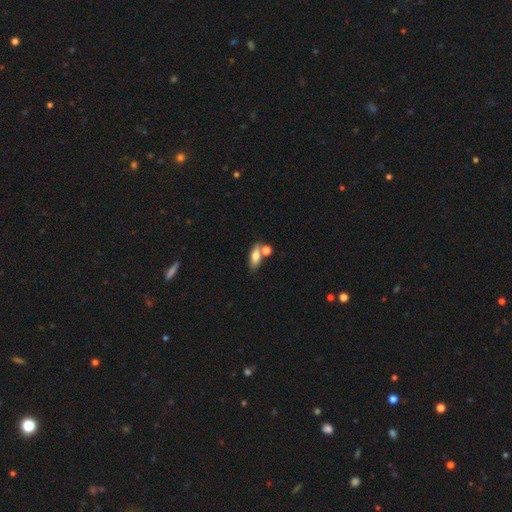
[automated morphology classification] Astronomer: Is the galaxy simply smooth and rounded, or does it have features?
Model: smooth — 71%.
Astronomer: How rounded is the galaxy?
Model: in between — 73%.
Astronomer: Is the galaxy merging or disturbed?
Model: none — 57%.